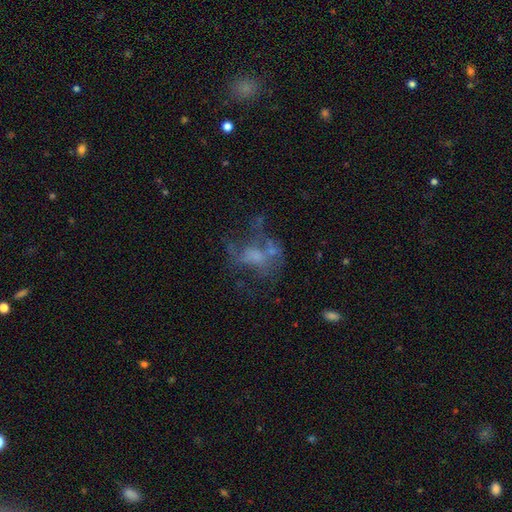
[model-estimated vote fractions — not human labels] A featured or disk galaxy (55%) with no bar (79%), no spiral arms (71%) and no central bulge (40%).

Vote fractions:
- Smooth or featured? featured or disk: 55% / smooth: 27% / star or artifact: 18%
- Edge-on disk? no: 97% / yes: 3%
- Bar? no: 79% / weak: 17% / strong: 4%
- Spiral arms? no: 71% / yes: 29%
- Bulge size? none: 40% / moderate: 27% / small: 25% / large: 7% / dominant: 2%
- Merging? none: 37% / major disturbance: 35% / minor disturbance: 15% / merger: 13%